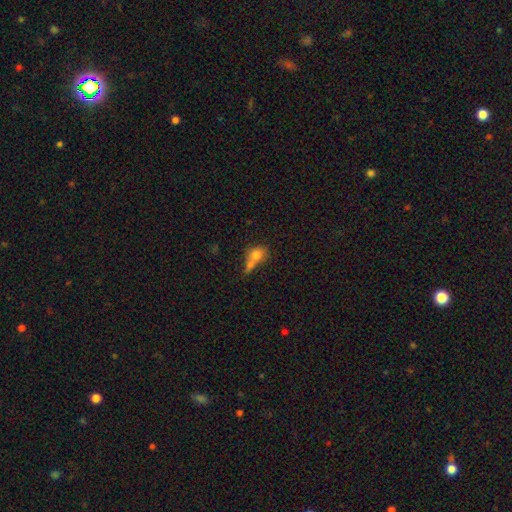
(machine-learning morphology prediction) type=smooth (70%); roundness=in between (48%); merging=merger (46%).